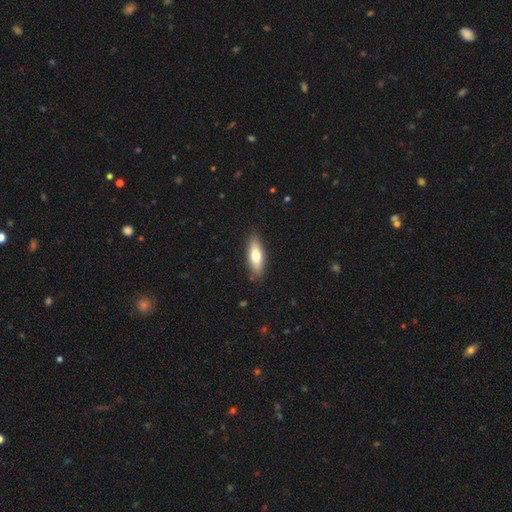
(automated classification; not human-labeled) This appears to be a smooth galaxy with no disk features (69%) that is in between round and cigar-shaped (61%). Merging: none (86%).